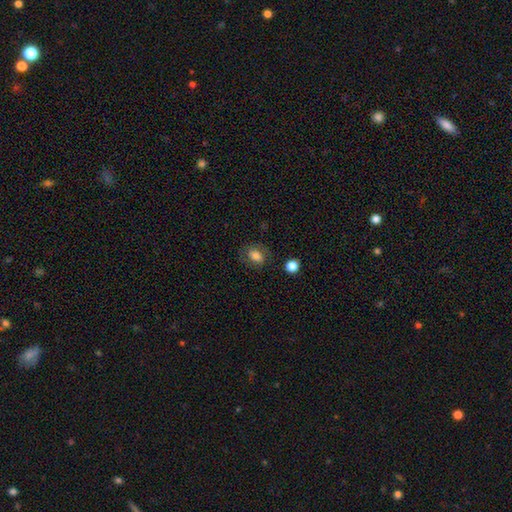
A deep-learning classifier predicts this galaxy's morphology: This is likely a smooth galaxy (74%). How rounded: likely in between (72%). Merging: likely none (73%).